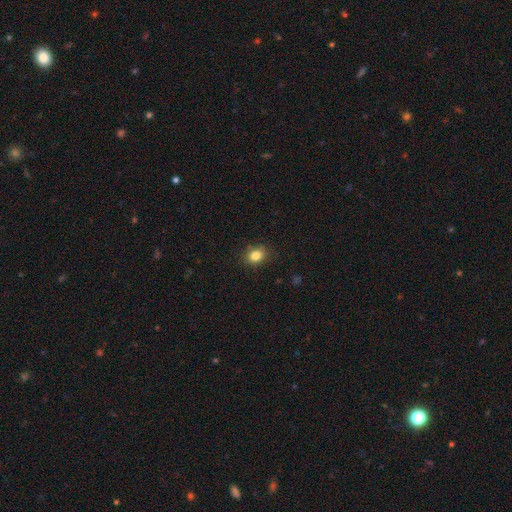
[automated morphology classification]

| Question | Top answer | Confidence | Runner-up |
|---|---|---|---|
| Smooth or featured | smooth | 83% | star or artifact (11%) |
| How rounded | round | 52% | in between (47%) |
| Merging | none | 84% | minor disturbance (12%) |